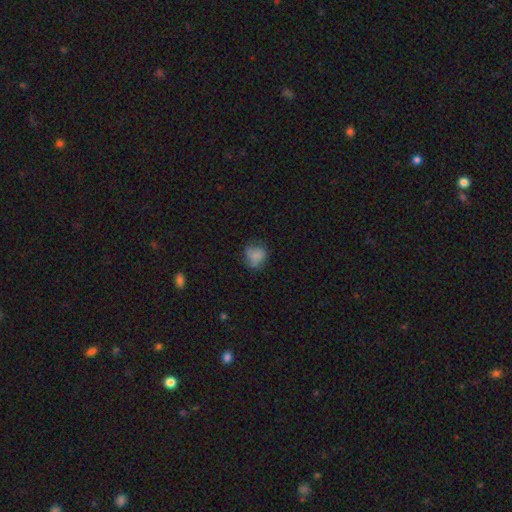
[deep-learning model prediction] This appears to be a smooth galaxy with no disk features (72%) that is round (73%). Merging: none (60%).